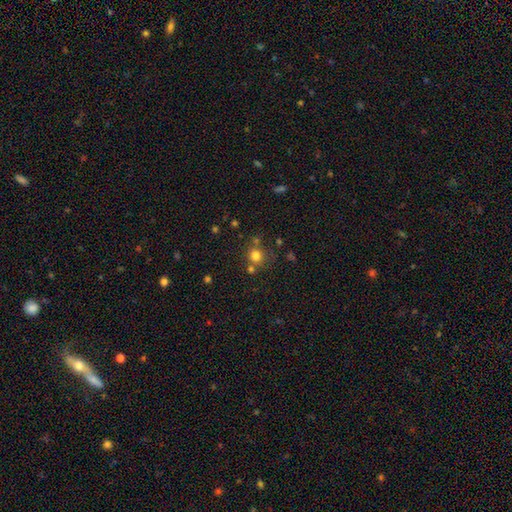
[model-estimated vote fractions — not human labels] Overall: smooth (76%). How rounded: round (88%). Merging: none (66%).